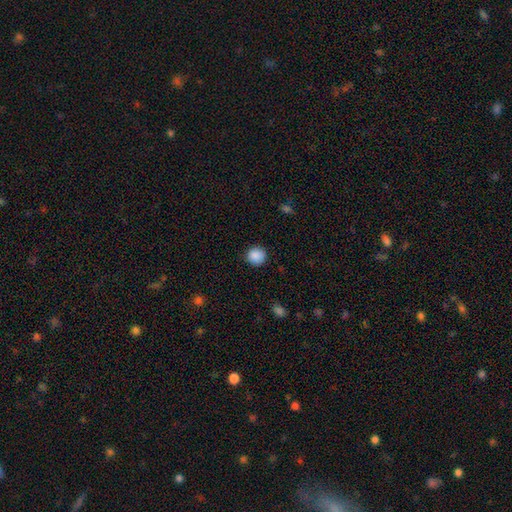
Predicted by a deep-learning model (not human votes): The model was most divided on "smooth or featured": smooth: 89%, star or artifact: 9%, featured or disk: 3%. More confident: how rounded — round (93%); merging — none (90%).